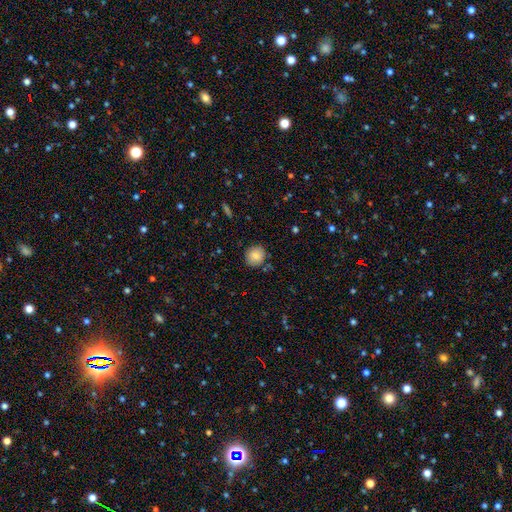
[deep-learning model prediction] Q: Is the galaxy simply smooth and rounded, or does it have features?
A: smooth — 83%.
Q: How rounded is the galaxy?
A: round — 84%.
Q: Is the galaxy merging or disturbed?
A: none — 85%.